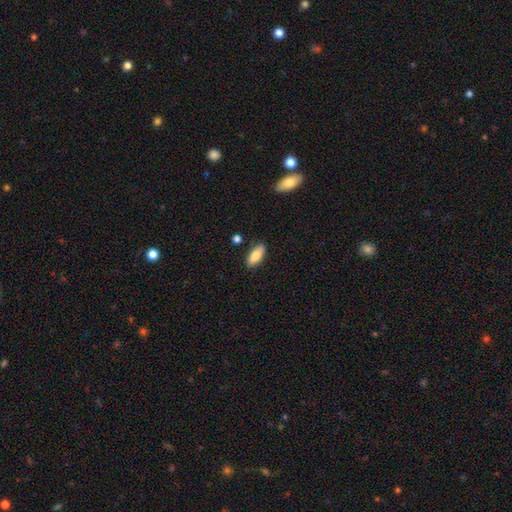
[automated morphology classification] smooth-or-featured: smooth: 78% | featured or disk: 15% | star or artifact: 6%
  how-rounded: in between: 81% | cigar-shaped: 16% | round: 2%
  merging: none: 85% | minor disturbance: 10% | merger: 3% | major disturbance: 2%